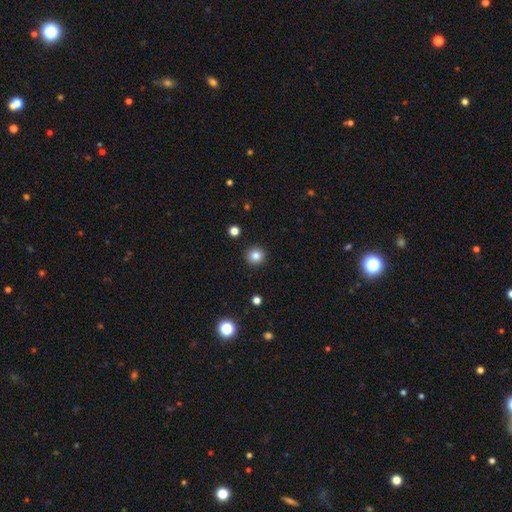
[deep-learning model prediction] Smooth or featured? Predicted: smooth (p=0.83). How rounded? Predicted: round (p=0.94). Merging? Predicted: none (p=0.93).